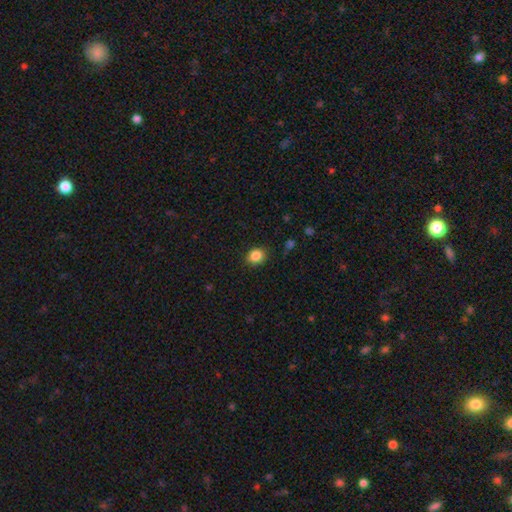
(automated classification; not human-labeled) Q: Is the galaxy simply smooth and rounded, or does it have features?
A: smooth — 85%.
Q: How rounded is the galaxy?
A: round — 69%.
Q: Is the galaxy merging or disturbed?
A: none — 88%.